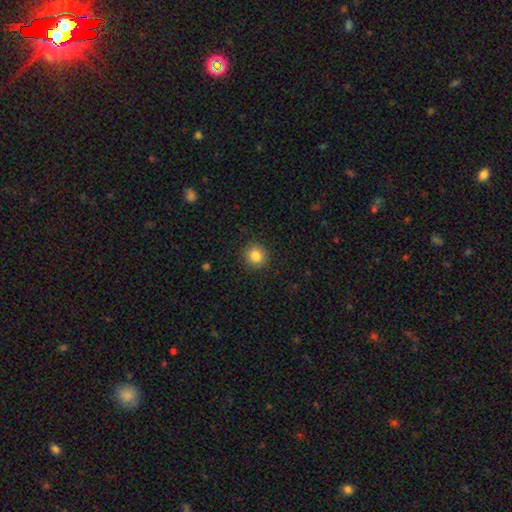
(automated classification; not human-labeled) This appears to be a smooth galaxy with no disk features (84%) that is round (92%). Merging: none (90%).